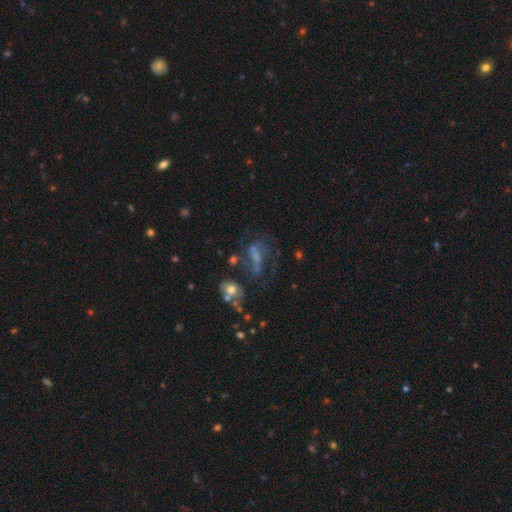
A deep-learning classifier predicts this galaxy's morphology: Smooth or featured? featured or disk (48%)
Merging? none (37%)